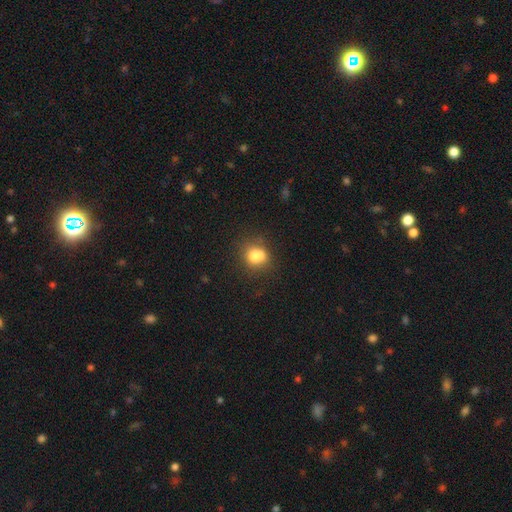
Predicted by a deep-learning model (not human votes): smooth-or-featured: smooth: 74% | featured or disk: 14% | star or artifact: 12%
  how-rounded: round: 73% | in between: 26% | cigar-shaped: 1%
  merging: none: 47% | merger: 32% | minor disturbance: 15% | major disturbance: 6%